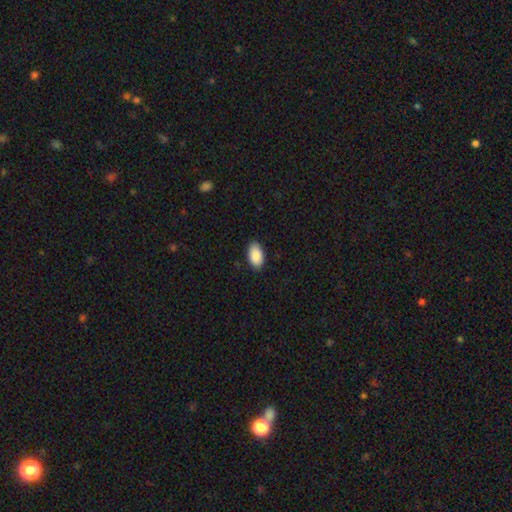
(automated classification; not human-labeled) The model was most divided on "merging": none: 86%, minor disturbance: 12%, major disturbance: 2%, merger: 1%. More confident: how rounded — in between (95%); smooth or featured — smooth (90%).